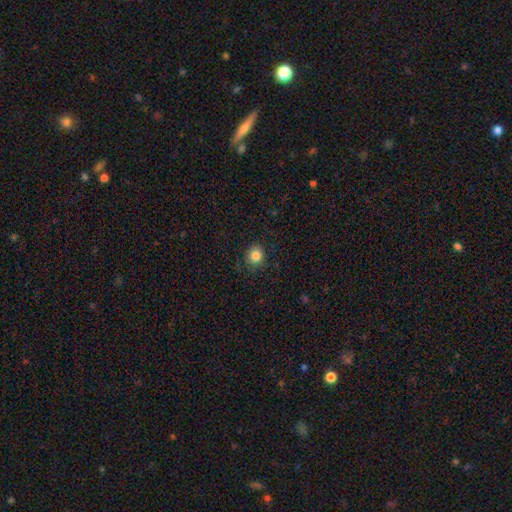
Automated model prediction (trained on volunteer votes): Q: Smooth or featured?
A: smooth (84%); runner-up: star or artifact (11%)
Q: How rounded?
A: round (79%); runner-up: in between (20%)
Q: Merging?
A: none (86%); runner-up: minor disturbance (10%)